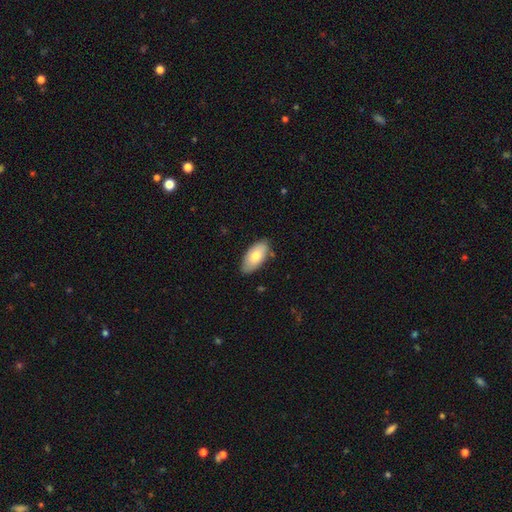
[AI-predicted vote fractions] Smooth or featured: smooth — 76% (featured or disk — 18%)
How rounded: in between — 93% (cigar-shaped — 4%)
Merging: none — 81% (minor disturbance — 15%)